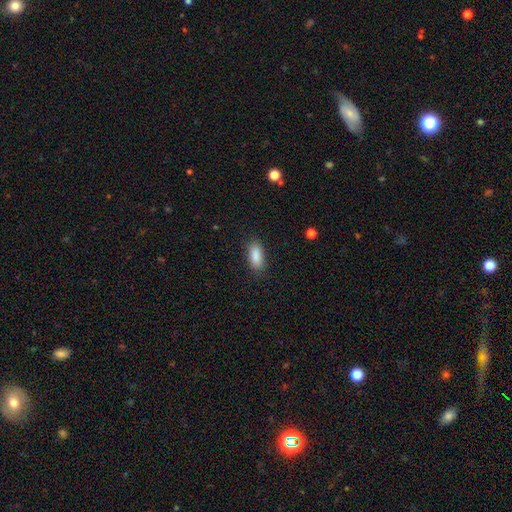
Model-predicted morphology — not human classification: Smooth or featured?
  - smooth: 88% *
  - star or artifact: 7%
  - featured or disk: 5%
How rounded?
  - in between: 84% *
  - cigar-shaped: 14%
  - round: 3%
Merging?
  - none: 86% *
  - minor disturbance: 10%
  - major disturbance: 3%
  - merger: 1%